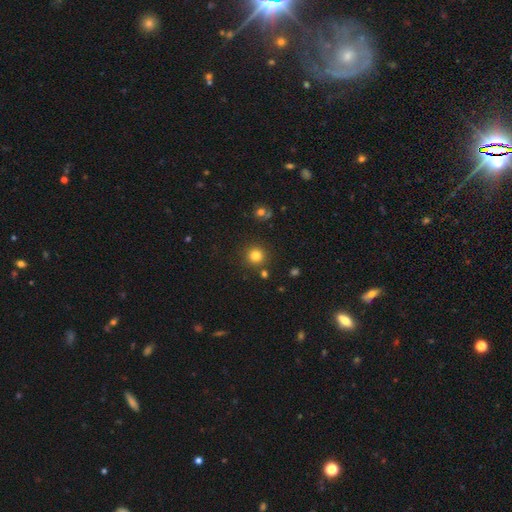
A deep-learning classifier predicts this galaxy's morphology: Smooth or featured: smooth — 80% (star or artifact — 14%)
How rounded: round — 94% (in between — 5%)
Merging: none — 86% (minor disturbance — 7%)